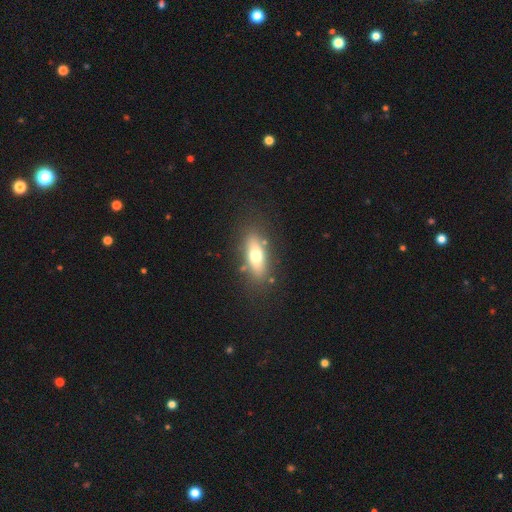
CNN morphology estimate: Q: Smooth or featured?
A: smooth (63%); runner-up: featured or disk (29%)
Q: How rounded?
A: in between (67%); runner-up: cigar-shaped (28%)
Q: Merging?
A: none (79%); runner-up: minor disturbance (13%)